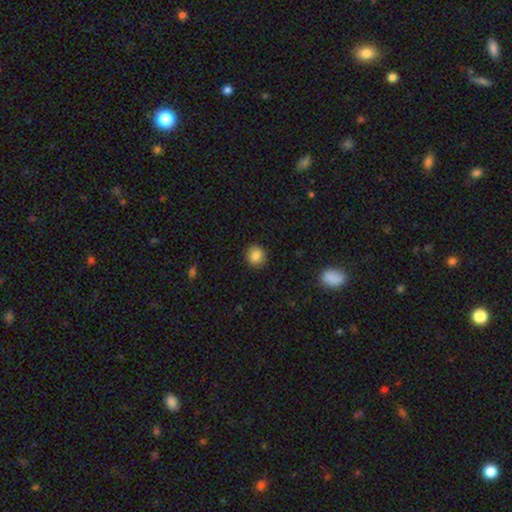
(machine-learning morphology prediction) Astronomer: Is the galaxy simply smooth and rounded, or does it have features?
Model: smooth — 86%.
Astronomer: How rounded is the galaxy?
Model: round — 86%.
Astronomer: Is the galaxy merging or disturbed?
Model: none — 90%.